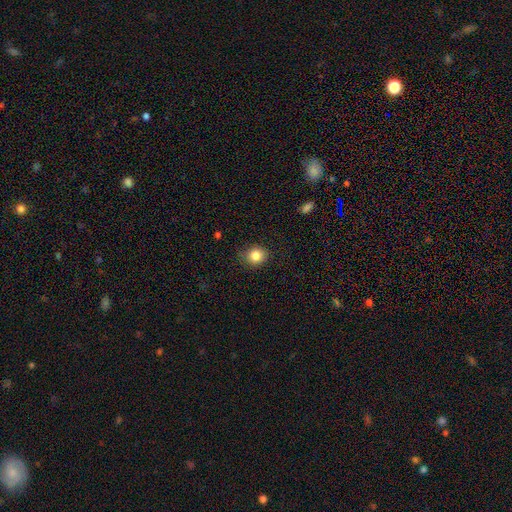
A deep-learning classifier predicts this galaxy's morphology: smooth_or_featured: smooth (p=0.84) [alt: star or artifact p=0.11]
how_rounded: round (p=0.82) [alt: in between p=0.17]
merging: none (p=0.84) [alt: minor disturbance p=0.12]